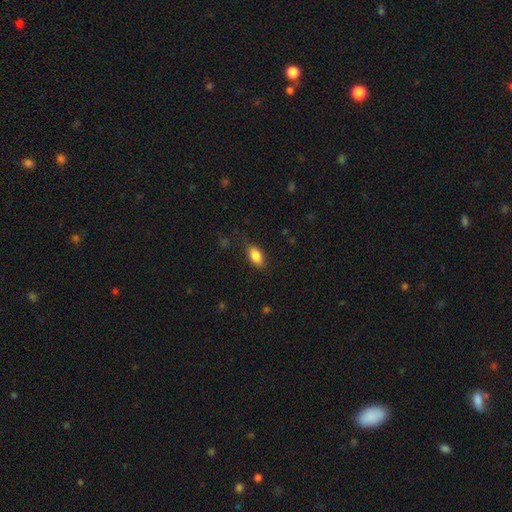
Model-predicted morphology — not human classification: A smooth galaxy with no disk features (84%) that is in between round and cigar-shaped (89%).

Vote fractions:
- Smooth or featured? smooth: 84% / featured or disk: 8% / star or artifact: 8%
- How rounded? in between: 89% / round: 6% / cigar-shaped: 5%
- Merging? none: 76% / minor disturbance: 17% / major disturbance: 5% / merger: 1%